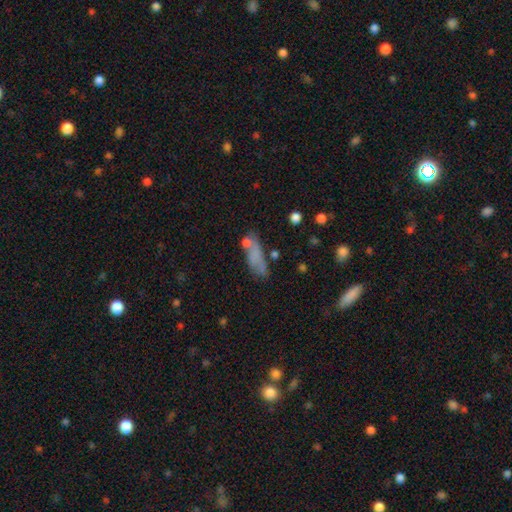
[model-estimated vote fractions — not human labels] Smooth or featured? Predicted: smooth (p=0.67). How rounded? Predicted: in between (p=0.53). Merging? Predicted: none (p=0.50).